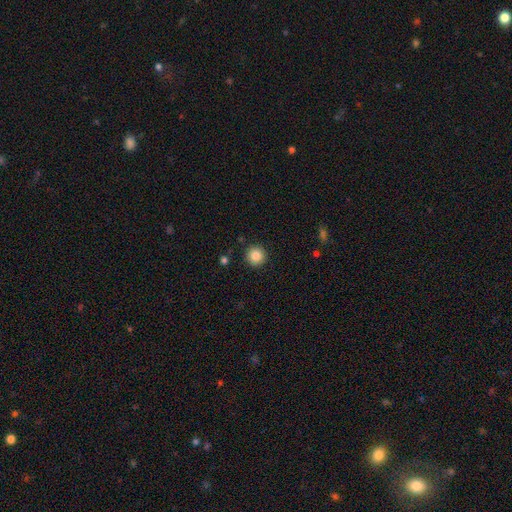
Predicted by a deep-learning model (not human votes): A smooth galaxy with no disk features (86%) that is round (96%). Merging: none (92%).